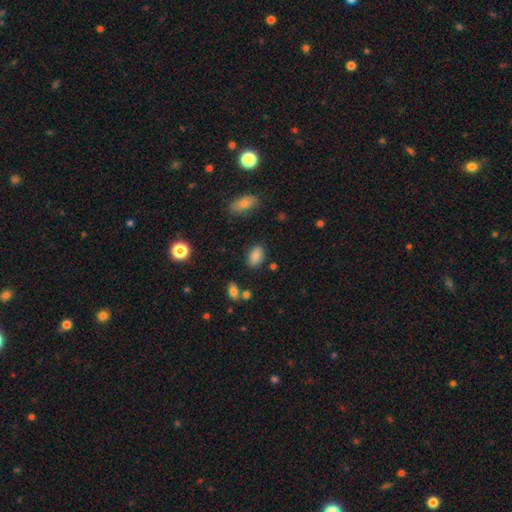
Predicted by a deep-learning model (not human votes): Morphology: type=smooth (86%); roundness=in between (91%); merging=none (82%).